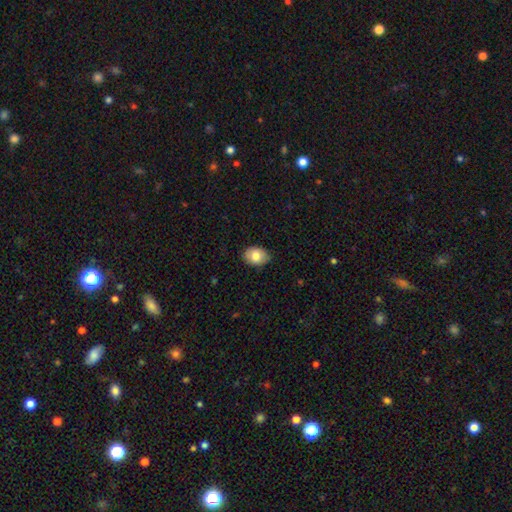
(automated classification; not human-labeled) smooth-or-featured: smooth: 80% | featured or disk: 13% | star or artifact: 7%
  how-rounded: in between: 75% | round: 24% | cigar-shaped: 1%
  merging: none: 84% | minor disturbance: 13% | major disturbance: 2% | merger: 1%